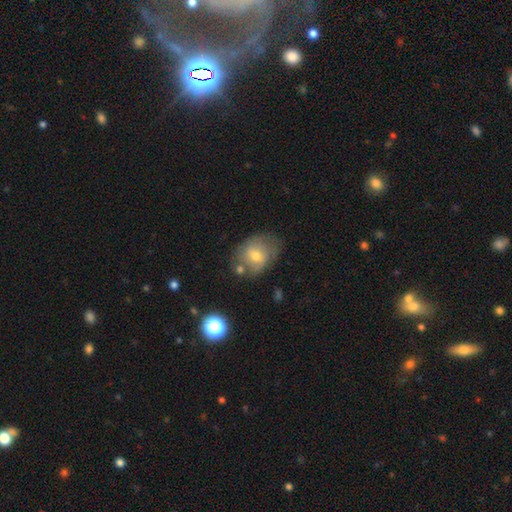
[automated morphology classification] smooth 59%, featured or disk 31%, star or artifact 10%. Down the decision tree: how rounded — in between (58%); merging — none (53%).